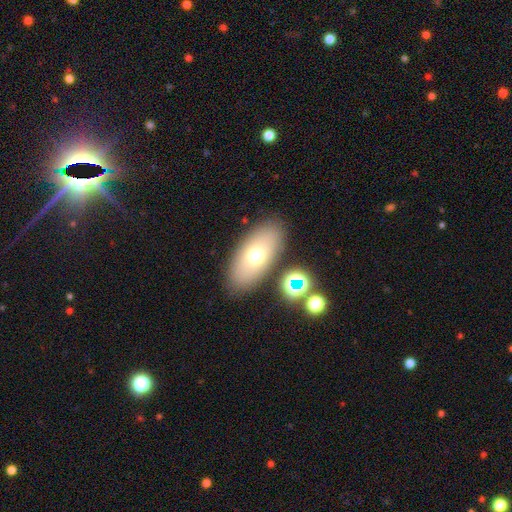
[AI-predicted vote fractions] This is likely a smooth galaxy (66%). How rounded: clearly in between (89%). Merging: clearly none (82%).